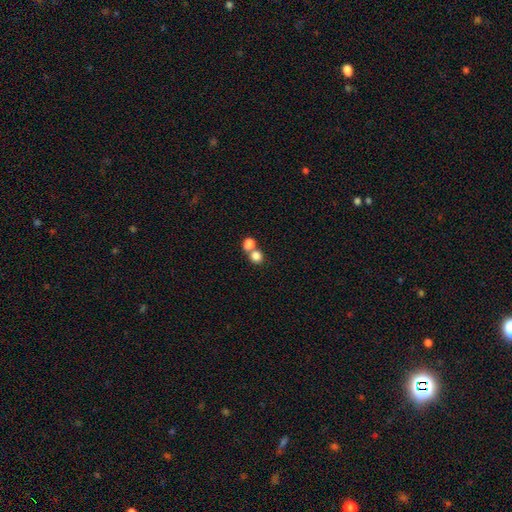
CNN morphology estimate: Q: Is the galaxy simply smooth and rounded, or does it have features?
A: smooth — 81%.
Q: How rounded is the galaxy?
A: round — 80%.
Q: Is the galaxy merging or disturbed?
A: merger — 49%.